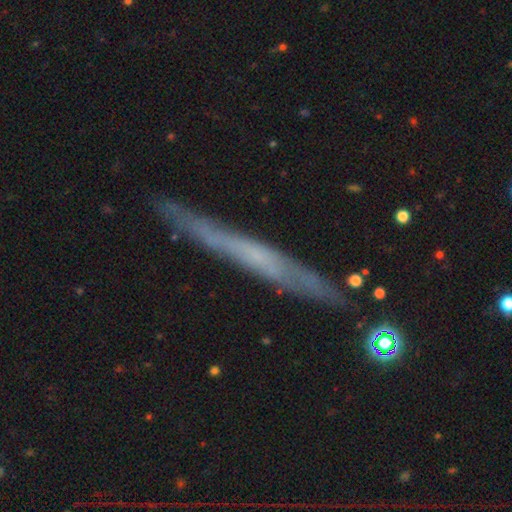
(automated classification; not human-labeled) smooth-or-featured: featured or disk: 60% | smooth: 32% | star or artifact: 8%
  disk-edge-on: yes: 92% | no: 8%
    edge-on-bulge: none: 81% | rounded: 13% | boxy: 7%
  merging: none: 86% | minor disturbance: 10% | major disturbance: 2% | merger: 2%